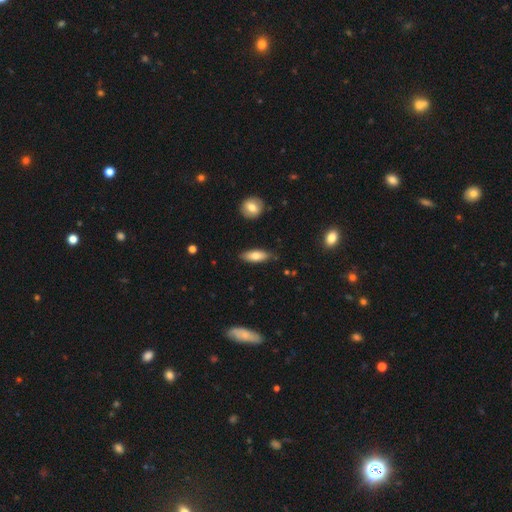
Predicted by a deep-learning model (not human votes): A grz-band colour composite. It shows a smooth galaxy with no disk features (75%) that is in between round and cigar-shaped (69%). Merging: none (80%).